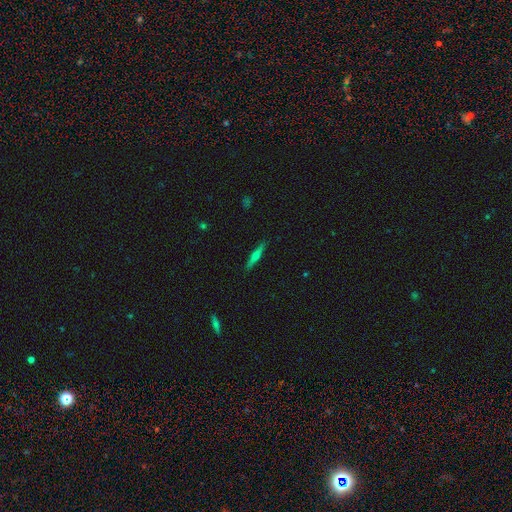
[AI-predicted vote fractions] This appears to be a featured or disk galaxy (57%) viewed edge-on (96%) with a rounded central bulge (84%). Merging: none (90%).